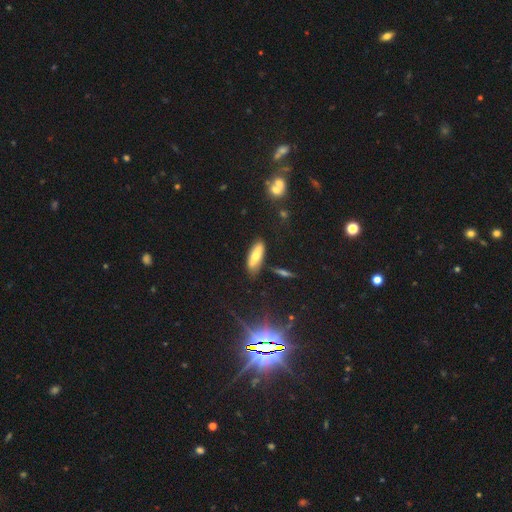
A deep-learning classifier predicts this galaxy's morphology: smooth-or-featured: smooth: 64% | featured or disk: 27% | star or artifact: 9%
  how-rounded: in between: 60% | cigar-shaped: 38% | round: 3%
  merging: none: 78% | minor disturbance: 14% | merger: 4% | major disturbance: 4%